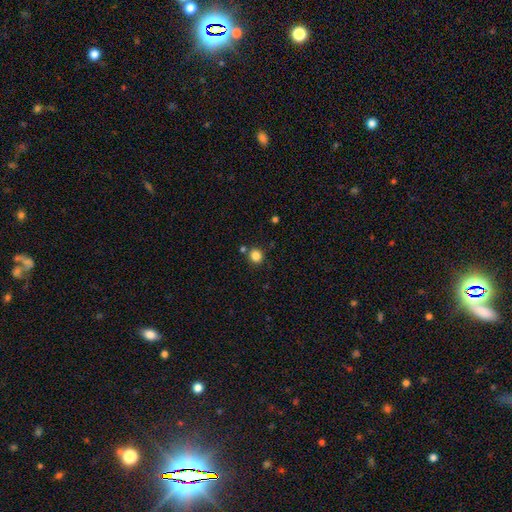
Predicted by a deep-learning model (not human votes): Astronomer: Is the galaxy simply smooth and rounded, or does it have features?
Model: smooth — 84%.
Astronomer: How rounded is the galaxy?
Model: round — 92%.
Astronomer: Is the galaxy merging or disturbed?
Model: none — 82%.